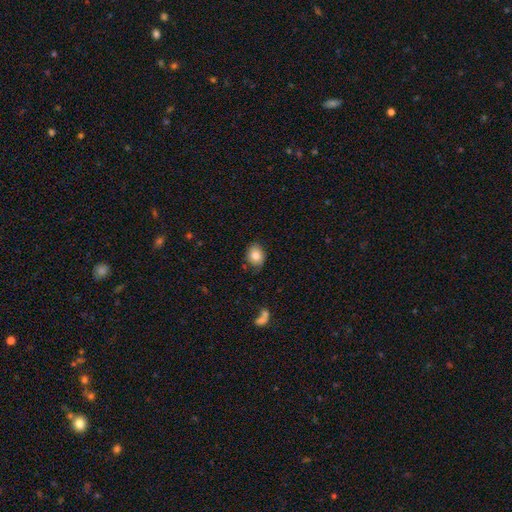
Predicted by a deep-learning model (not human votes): Smooth or featured? smooth (80%)
How rounded? in between (57%)
Merging? none (69%)